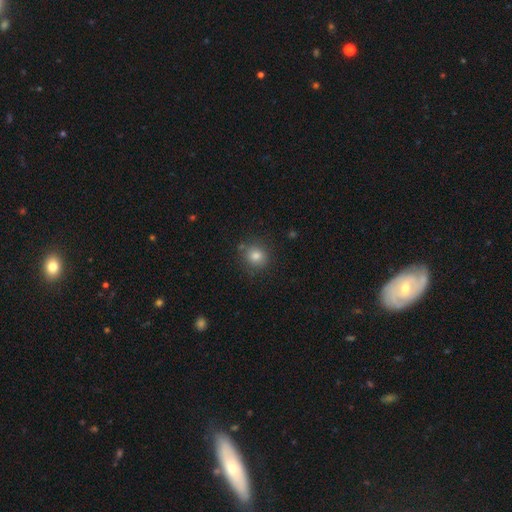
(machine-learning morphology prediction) Smooth or featured? smooth (81%)
How rounded? round (86%)
Merging? none (82%)